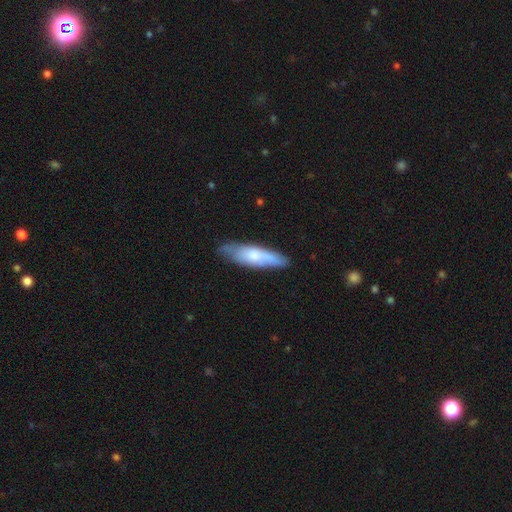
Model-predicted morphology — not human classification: type=smooth (62%); roundness=cigar-shaped (62%); merging=none (72%).